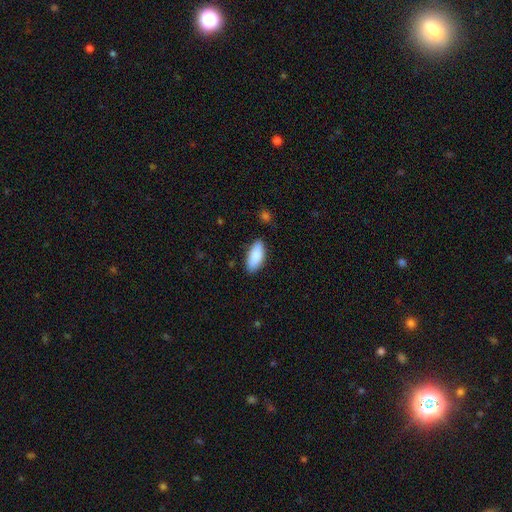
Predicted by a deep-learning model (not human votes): Smooth or featured? Predicted: smooth (p=0.86). How rounded? Predicted: in between (p=0.88). Merging? Predicted: none (p=0.84).